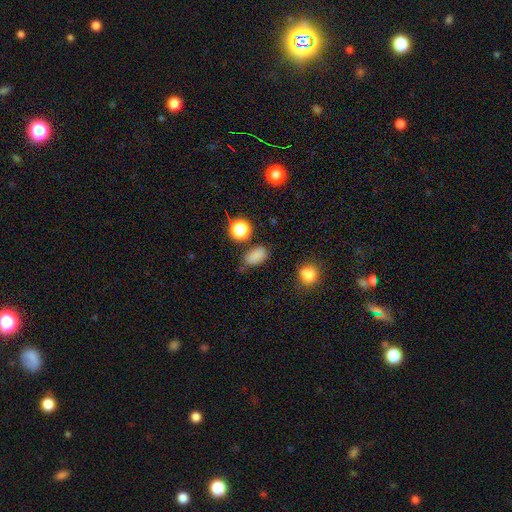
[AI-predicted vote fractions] Smooth or featured: smooth — 79% (star or artifact — 15%)
How rounded: in between — 84% (round — 13%)
Merging: none — 69% (minor disturbance — 21%)